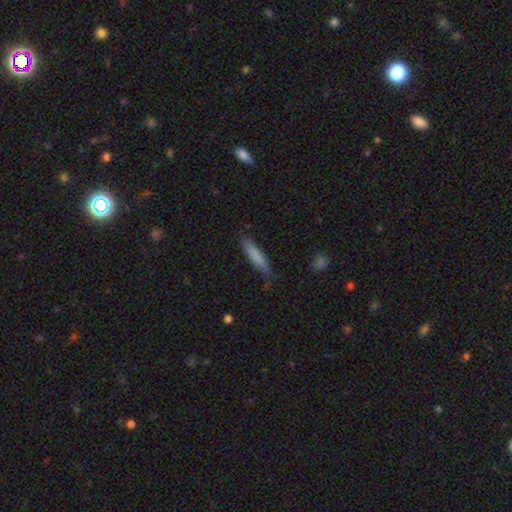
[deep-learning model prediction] smooth_or_featured: smooth (p=0.80) [alt: featured or disk p=0.14]
how_rounded: cigar-shaped (p=0.85) [alt: in between p=0.13]
merging: none (p=0.78) [alt: minor disturbance p=0.17]